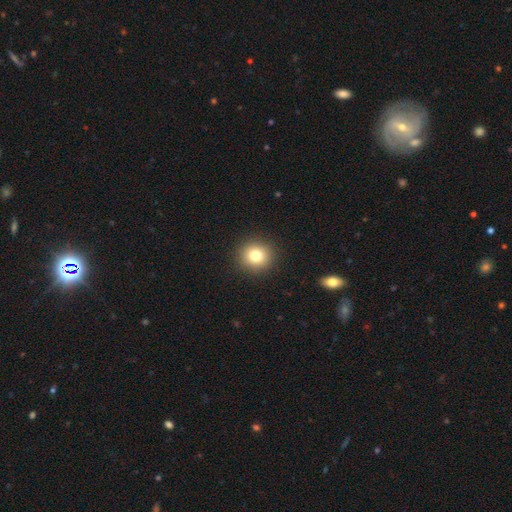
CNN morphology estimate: Smooth or featured? Predicted: smooth (p=0.79). How rounded? Predicted: round (p=0.91). Merging? Predicted: none (p=0.92).